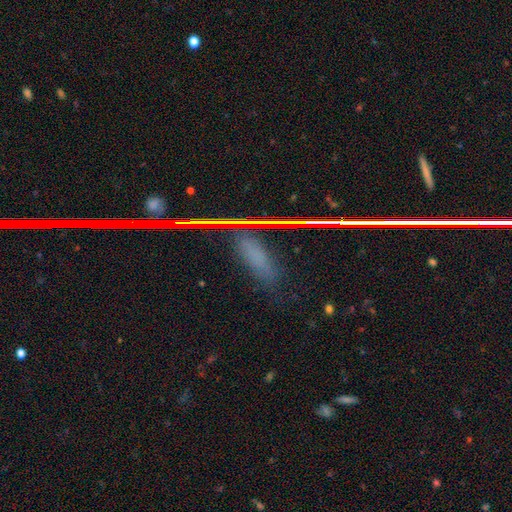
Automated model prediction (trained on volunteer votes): Smooth or featured? Predicted: smooth (p=0.44). Merging? Predicted: none (p=0.69).